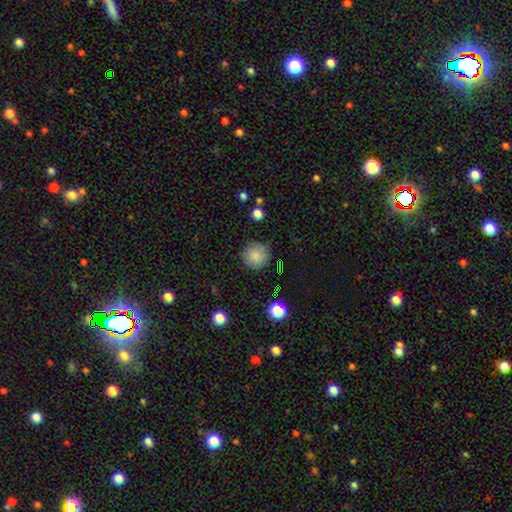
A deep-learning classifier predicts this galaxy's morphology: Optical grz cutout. It shows a smooth galaxy with no disk features (84%) that is round (94%). Merging: none (84%).